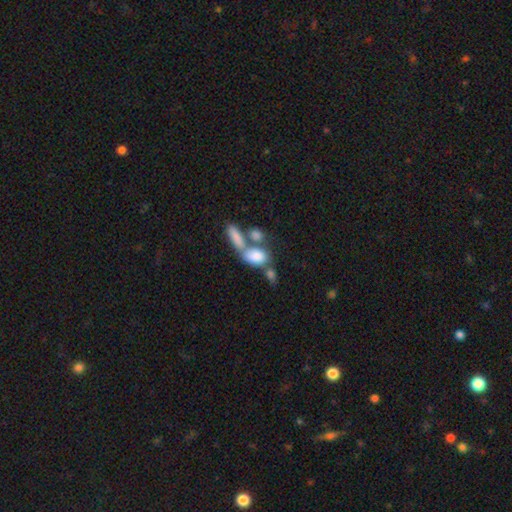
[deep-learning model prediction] Q: Smooth or featured?
A: smooth (78%); runner-up: featured or disk (14%)
Q: How rounded?
A: in between (85%); runner-up: round (10%)
Q: Merging?
A: merger (52%); runner-up: none (30%)